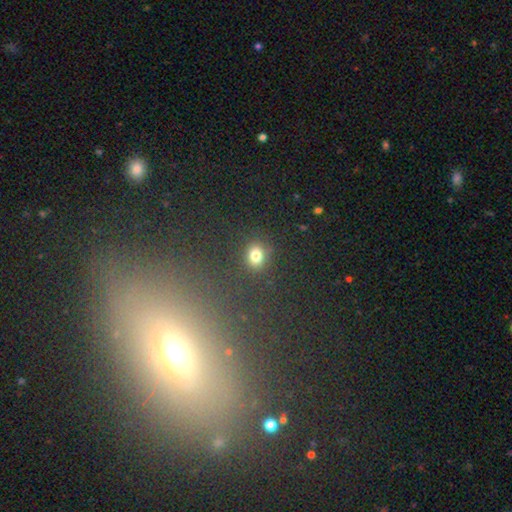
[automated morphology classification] type=smooth (76%); roundness=round (55%); merging=none (85%).